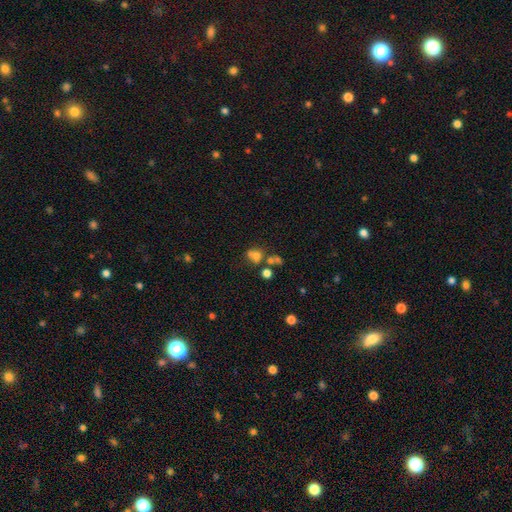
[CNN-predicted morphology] Smooth or featured?
  - smooth: 66% *
  - star or artifact: 18%
  - featured or disk: 16%
How rounded?
  - round: 65% *
  - in between: 34%
  - cigar-shaped: 1%
Merging?
  - none: 43% *
  - merger: 32%
  - minor disturbance: 15%
  - major disturbance: 10%